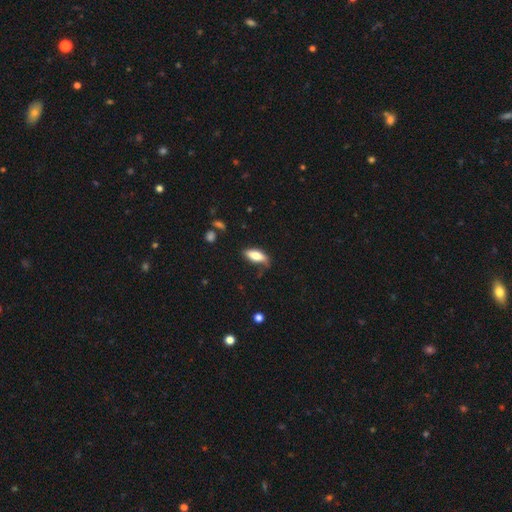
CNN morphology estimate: The model was most divided on "merging": none: 56%, minor disturbance: 30%, major disturbance: 11%, merger: 4%. More confident: how rounded — in between (76%); smooth or featured — smooth (75%).